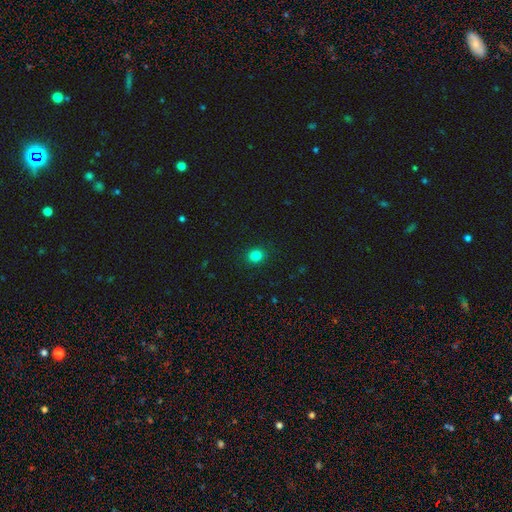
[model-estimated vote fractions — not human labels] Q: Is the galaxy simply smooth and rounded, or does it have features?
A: smooth — 83%.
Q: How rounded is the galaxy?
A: round — 74%.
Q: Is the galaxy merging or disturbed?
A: none — 91%.